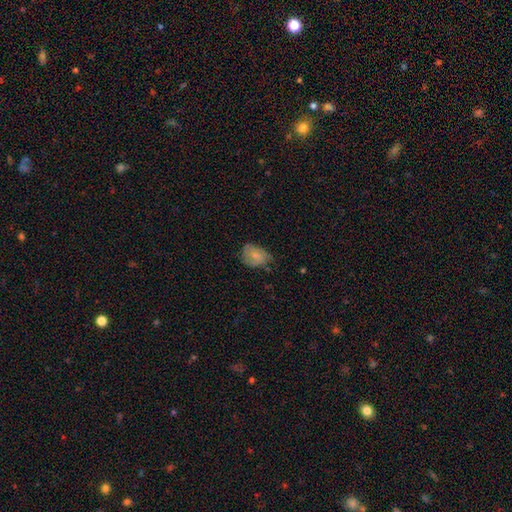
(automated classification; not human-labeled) This appears to be a smooth galaxy with no disk features (73%) that is in between round and cigar-shaped (71%). Merging: none (48%).